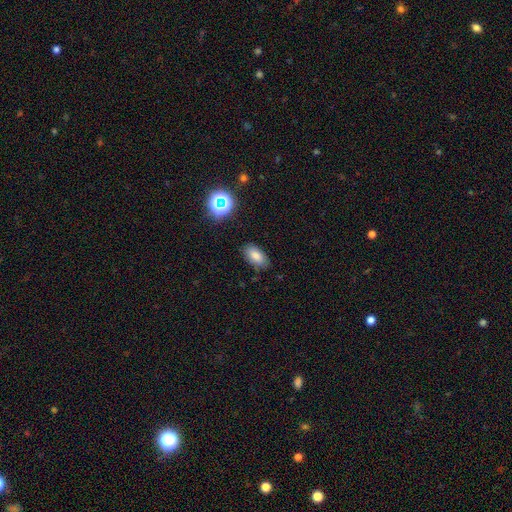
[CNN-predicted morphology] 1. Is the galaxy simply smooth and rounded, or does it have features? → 79% smooth, 12% star or artifact, 9% featured or disk.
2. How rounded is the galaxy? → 91% in between, 5% round, 4% cigar-shaped.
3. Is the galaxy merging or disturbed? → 83% none, 13% minor disturbance, 3% major disturbance, 2% merger.